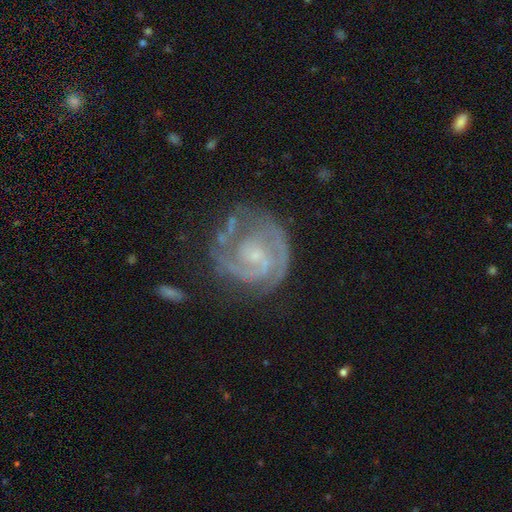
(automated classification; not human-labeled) This appears to be a featured or disk galaxy (88%) with no bar (57%), 2 (57%) tight (64%) spiral arms (96%) and a small central bulge (70%). Merging: none (66%).